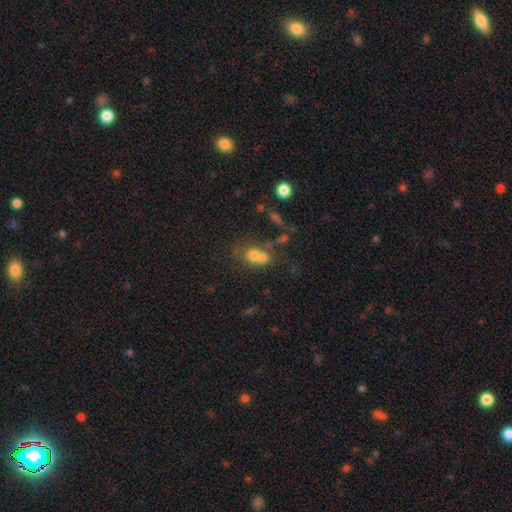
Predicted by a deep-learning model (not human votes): Smooth or featured? Predicted: smooth (p=0.64). How rounded? Predicted: round (p=0.72). Merging? Predicted: merger (p=0.57).